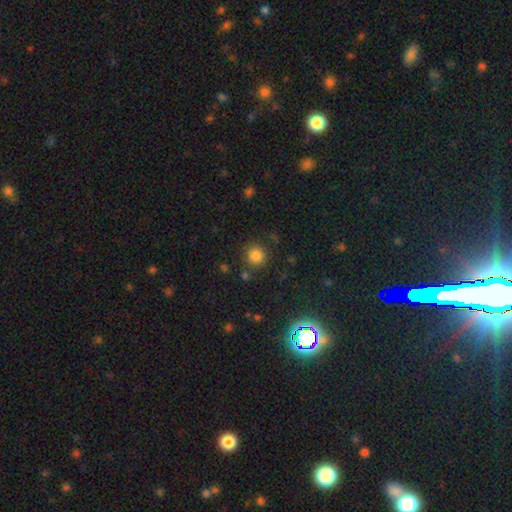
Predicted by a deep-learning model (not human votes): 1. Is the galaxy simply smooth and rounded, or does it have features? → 82% smooth, 13% star or artifact, 5% featured or disk.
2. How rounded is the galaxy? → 92% round, 7% in between, 1% cigar-shaped.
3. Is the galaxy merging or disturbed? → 83% none, 9% minor disturbance, 4% merger, 4% major disturbance.